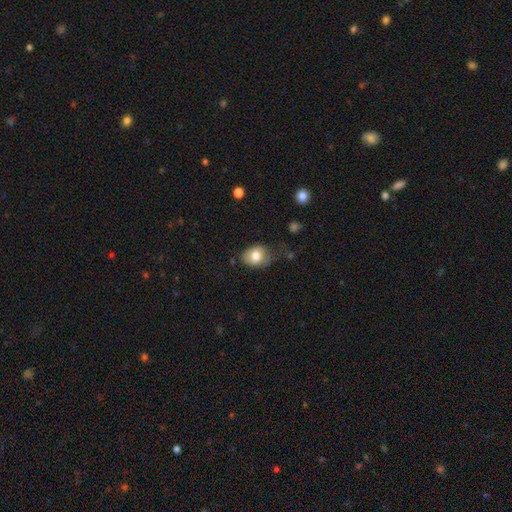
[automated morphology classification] Smooth or featured? Predicted: smooth (p=0.77). How rounded? Predicted: in between (p=0.61). Merging? Predicted: none (p=0.55).